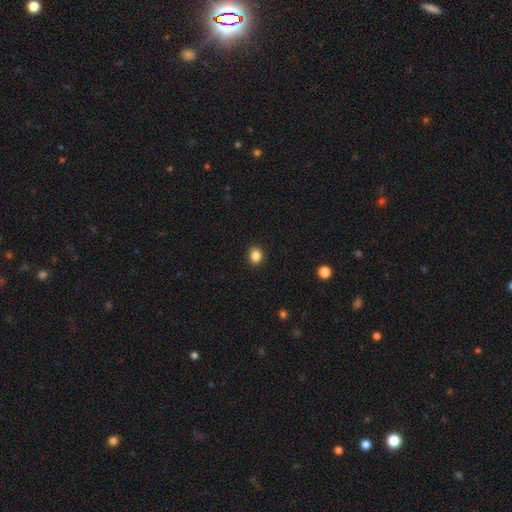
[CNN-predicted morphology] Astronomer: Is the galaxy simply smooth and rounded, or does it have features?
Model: smooth — 86%.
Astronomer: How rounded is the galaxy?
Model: round — 61% (runner-up: in between, 38%).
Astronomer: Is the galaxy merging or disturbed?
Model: none — 91%.